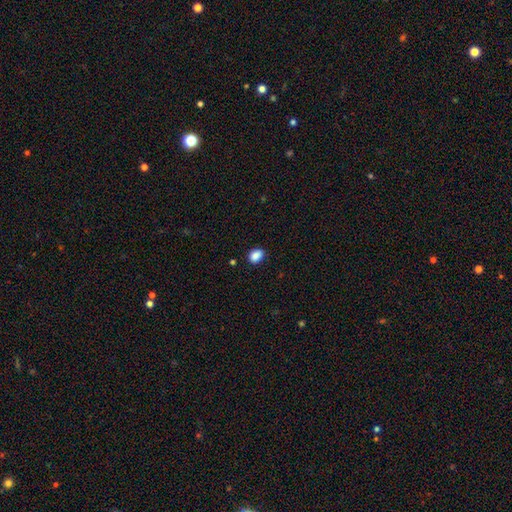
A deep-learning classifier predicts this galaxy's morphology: smooth 88%, star or artifact 9%, featured or disk 4%. Down the decision tree: how rounded — in between (69%); merging — none (84%).